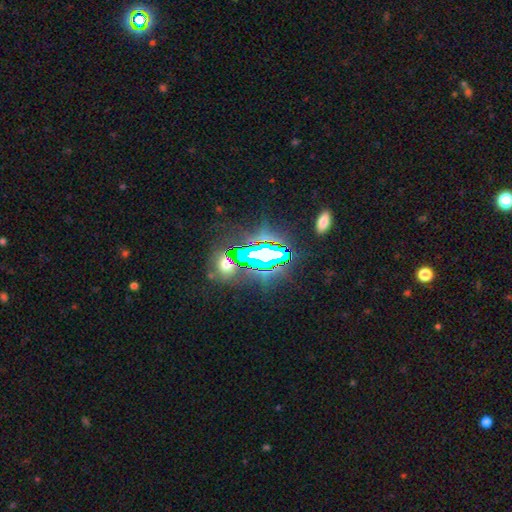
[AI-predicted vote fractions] A star or artifact, not a galaxy (80%).

Vote fractions:
- Smooth or featured? star or artifact: 80% / smooth: 10% / featured or disk: 10%